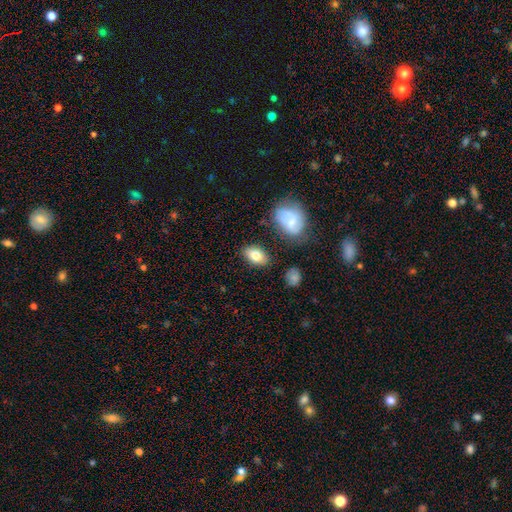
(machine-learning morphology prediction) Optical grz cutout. It shows a smooth galaxy with no disk features (79%) that is in between round and cigar-shaped (89%). Merging: none (80%).